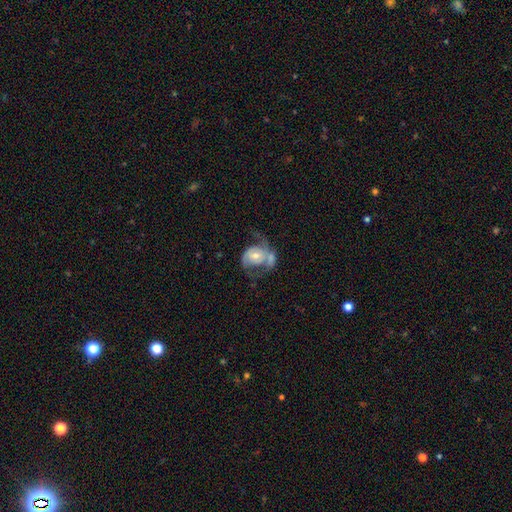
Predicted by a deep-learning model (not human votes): Smooth or featured?
  - featured or disk: 66% *
  - smooth: 27%
  - star or artifact: 6%
Edge-on disk?
  - no: 97% *
  - yes: 3%
Bar?
  - no: 68% *
  - weak: 25%
  - strong: 7%
Spiral arms?
  - yes: 77% *
  - no: 23%
Bulge size?
  - moderate: 54% *
  - small: 37%
  - large: 5%
  - none: 2%
  - dominant: 1%
Merging?
  - merger: 33% *
  - major disturbance: 27%
  - none: 24%
  - minor disturbance: 16%